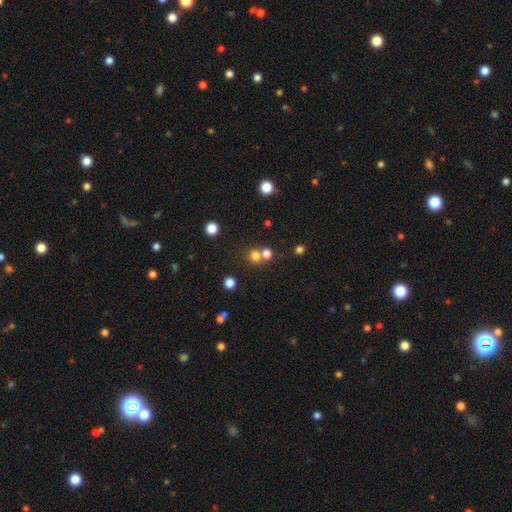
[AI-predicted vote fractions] Smooth or featured: smooth — 73% (star or artifact — 19%)
How rounded: round — 88% (in between — 11%)
Merging: none — 57% (merger — 34%)